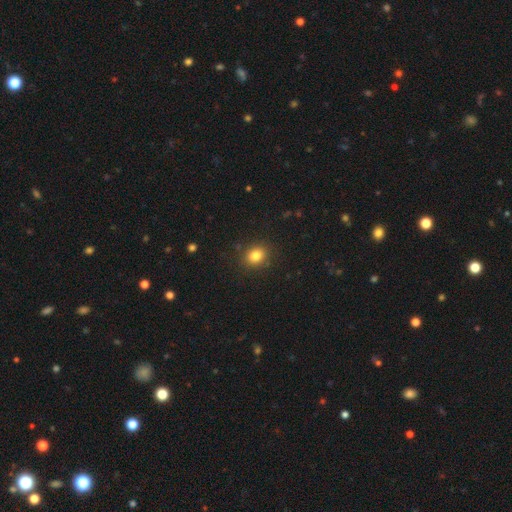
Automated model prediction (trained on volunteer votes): Overall: smooth (83%). How rounded: round (62%; in between 37%). Merging: none (87%).